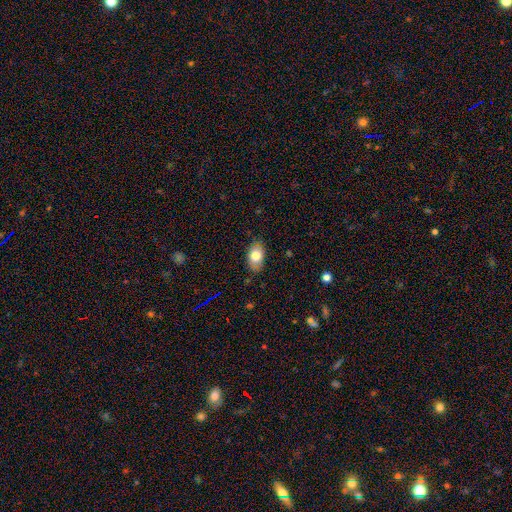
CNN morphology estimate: smooth-or-featured: smooth: 79% | featured or disk: 14% | star or artifact: 7%
  how-rounded: in between: 90% | round: 9% | cigar-shaped: 2%
  merging: none: 80% | minor disturbance: 16% | major disturbance: 3% | merger: 1%